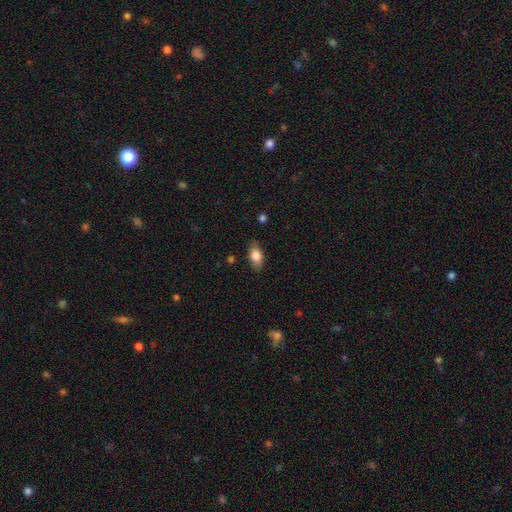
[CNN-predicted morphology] Q: Smooth or featured?
A: smooth (80%); runner-up: featured or disk (13%)
Q: How rounded?
A: in between (89%); runner-up: round (7%)
Q: Merging?
A: none (83%); runner-up: minor disturbance (13%)